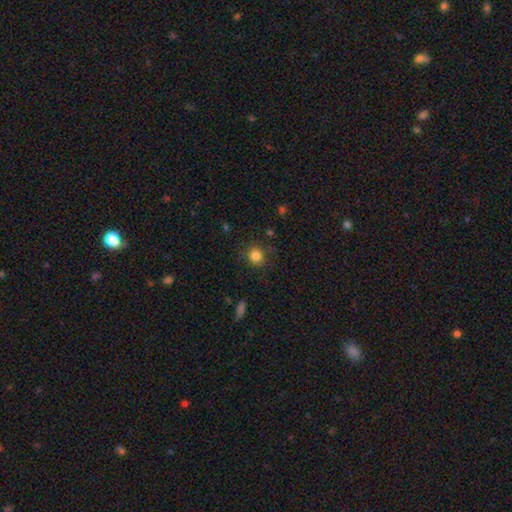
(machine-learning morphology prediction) Smooth or featured: smooth — 84% (star or artifact — 11%)
How rounded: round — 88% (in between — 12%)
Merging: none — 84% (minor disturbance — 11%)